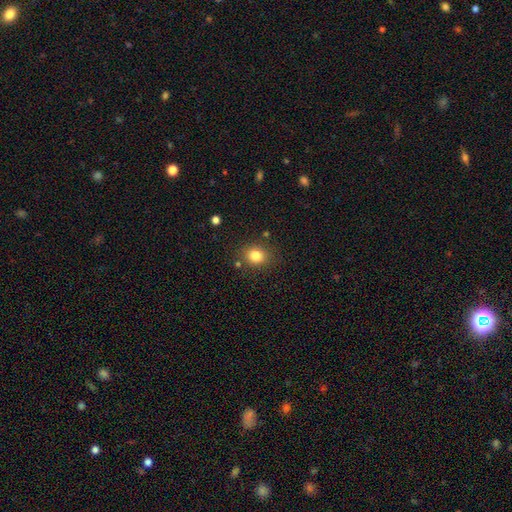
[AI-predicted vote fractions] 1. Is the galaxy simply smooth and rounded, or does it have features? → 82% smooth, 12% star or artifact, 6% featured or disk.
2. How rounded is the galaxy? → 71% round, 29% in between, 1% cigar-shaped.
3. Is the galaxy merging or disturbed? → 82% none, 10% minor disturbance, 4% merger, 3% major disturbance.